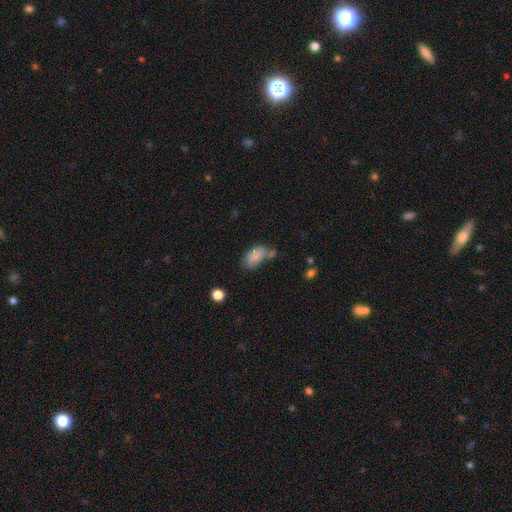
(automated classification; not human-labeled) Overall: smooth (79%). How rounded: in between (92%). Merging: none (38%; minor disturbance 27%).